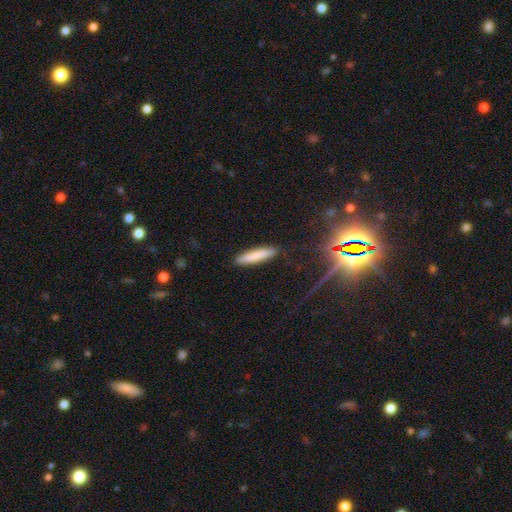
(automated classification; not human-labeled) Q: Smooth or featured?
A: smooth (81%); runner-up: featured or disk (12%)
Q: How rounded?
A: cigar-shaped (89%); runner-up: in between (10%)
Q: Merging?
A: none (90%); runner-up: minor disturbance (8%)